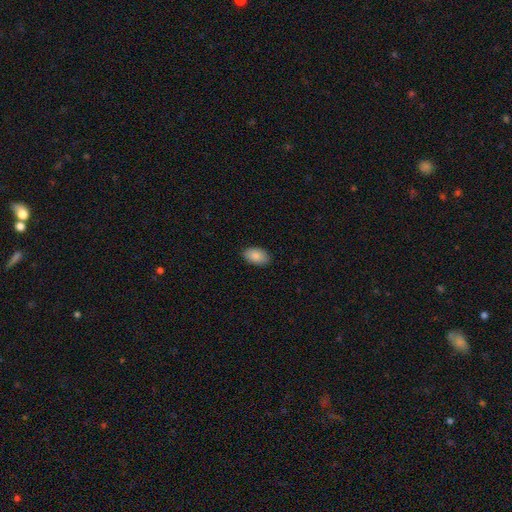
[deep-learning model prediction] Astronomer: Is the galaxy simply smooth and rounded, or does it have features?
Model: smooth — 87%.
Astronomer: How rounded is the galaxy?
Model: in between — 92%.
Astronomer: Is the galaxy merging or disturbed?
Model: none — 89%.